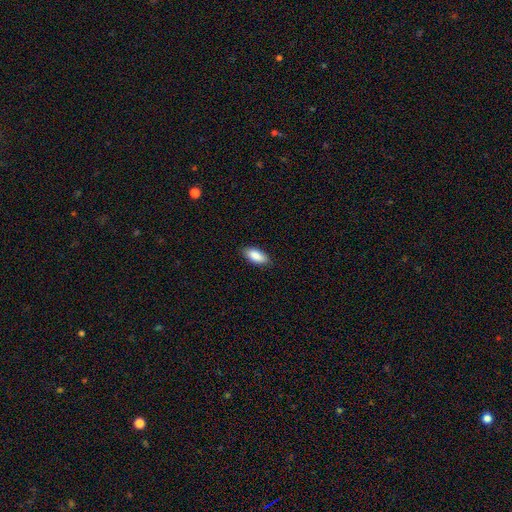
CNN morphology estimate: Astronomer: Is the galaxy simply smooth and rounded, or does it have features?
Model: smooth — 89%.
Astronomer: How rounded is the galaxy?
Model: in between — 88%.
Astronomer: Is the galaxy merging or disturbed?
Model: none — 86%.